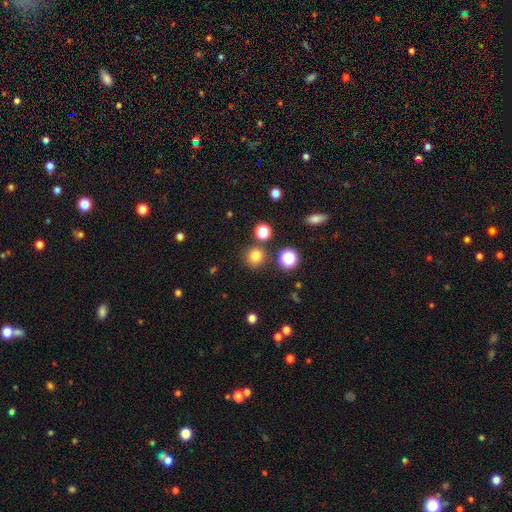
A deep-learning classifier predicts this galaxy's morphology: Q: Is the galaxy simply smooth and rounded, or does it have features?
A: smooth — 78%.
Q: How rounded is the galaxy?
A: round — 92%.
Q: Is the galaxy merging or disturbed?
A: none — 84%.